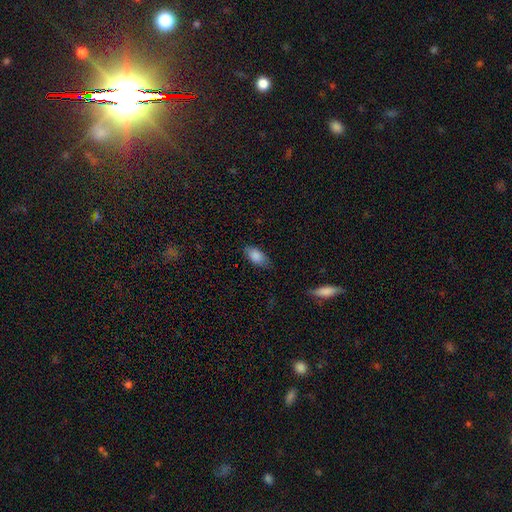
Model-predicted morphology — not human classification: A smooth galaxy with no disk features (85%) that is in between round and cigar-shaped (91%). Merging: none (74%).